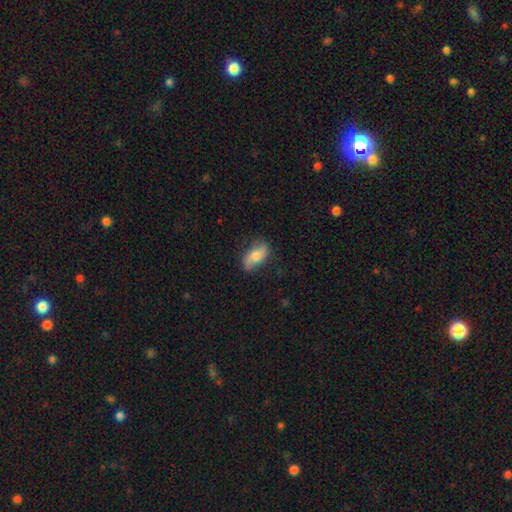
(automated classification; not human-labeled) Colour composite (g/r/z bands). It shows a smooth galaxy with no disk features (62%) that is in between round and cigar-shaped (88%). Merging: none (72%).